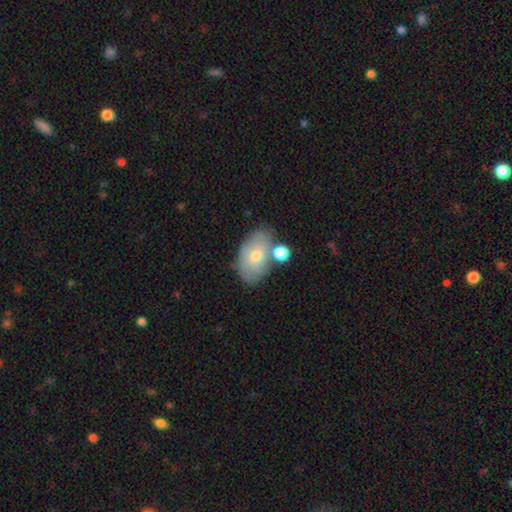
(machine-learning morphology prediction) Overall: smooth (53%; featured or disk 40%). How rounded: in between (88%). Merging: none (56%; minor disturbance 19%).